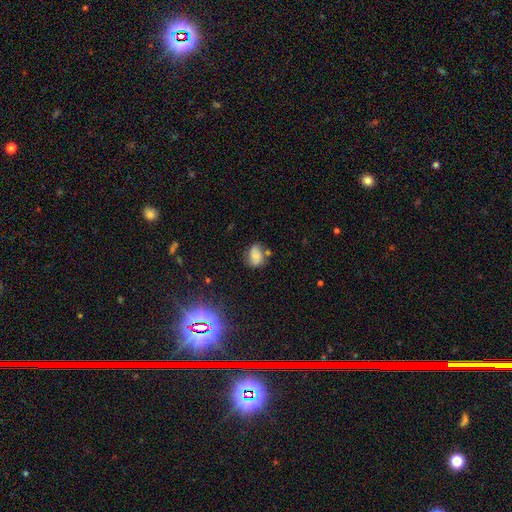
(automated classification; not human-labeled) Overall: smooth (68%). How rounded: in between (64%; round 35%). Merging: none (55%; minor disturbance 27%).